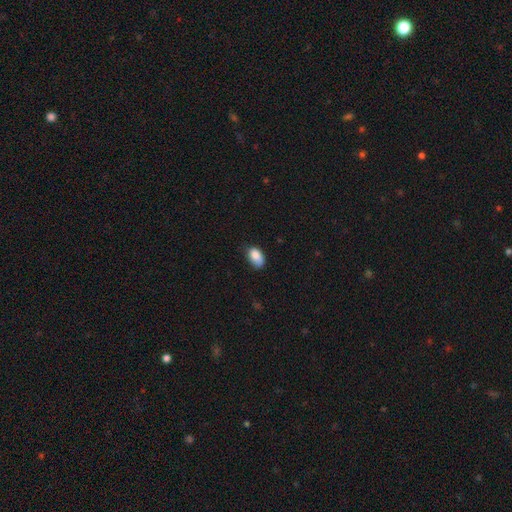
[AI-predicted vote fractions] smooth 85%, star or artifact 8%, featured or disk 7%. Down the decision tree: how rounded — in between (91%); merging — none (58%).